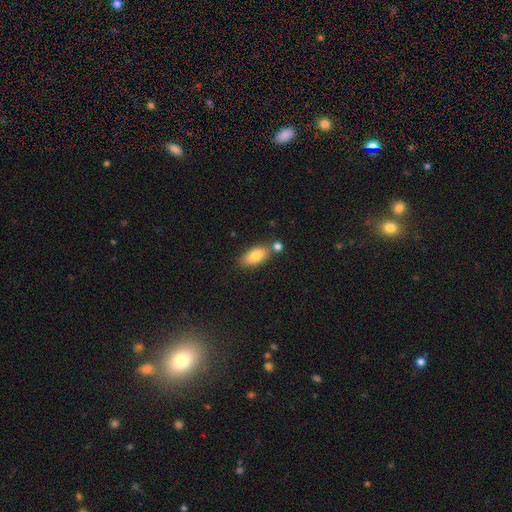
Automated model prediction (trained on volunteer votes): The model was most divided on "merging": none: 67%, merger: 17%, minor disturbance: 13%, major disturbance: 3%. More confident: how rounded — in between (88%); smooth or featured — smooth (79%).